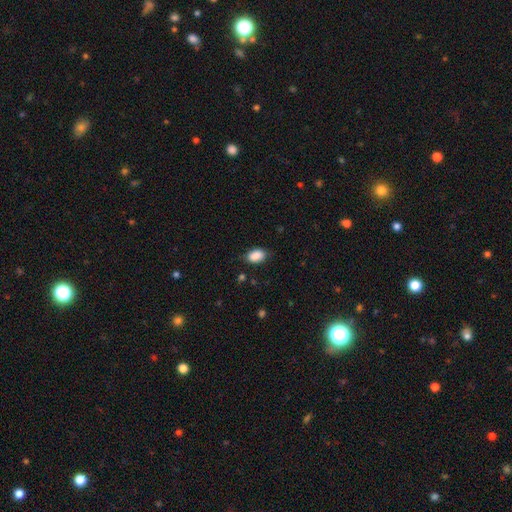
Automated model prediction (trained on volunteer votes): Smooth or featured?
  - smooth: 89% *
  - star or artifact: 7%
  - featured or disk: 4%
How rounded?
  - in between: 89% *
  - round: 10%
  - cigar-shaped: 1%
Merging?
  - none: 82% *
  - minor disturbance: 14%
  - major disturbance: 3%
  - merger: 1%